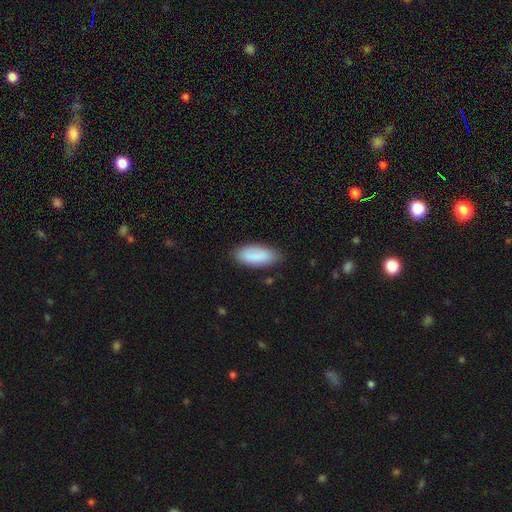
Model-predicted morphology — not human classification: A smooth galaxy with no disk features (88%) that is in between round and cigar-shaped (85%). Merging: none (82%).